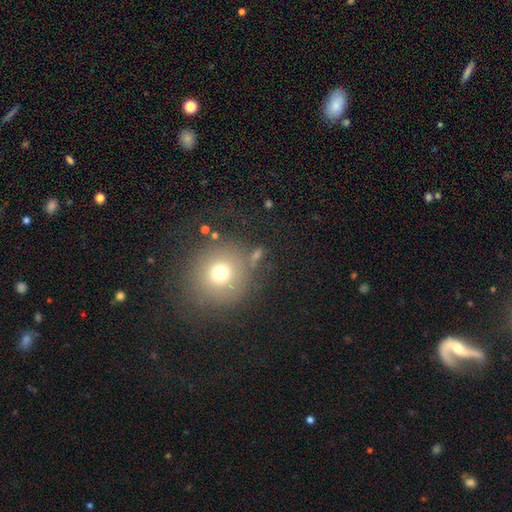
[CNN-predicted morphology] type=smooth (66%); roundness=round (91%); merging=none (77%).